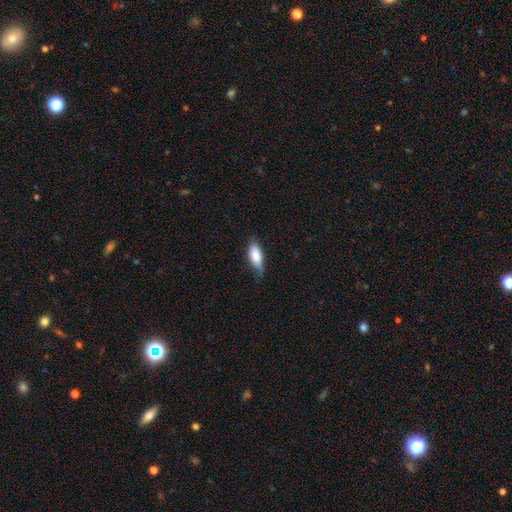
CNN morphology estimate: smooth-or-featured: smooth: 82% | featured or disk: 12% | star or artifact: 6%
  how-rounded: in between: 75% | cigar-shaped: 23% | round: 2%
  merging: none: 65% | minor disturbance: 29% | major disturbance: 5% | merger: 1%